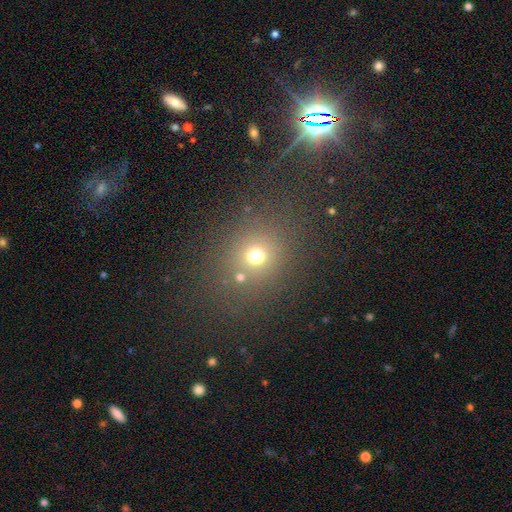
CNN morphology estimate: smooth_or_featured: smooth (p=0.67) [alt: star or artifact p=0.24]
how_rounded: round (p=0.77) [alt: in between p=0.21]
merging: none (p=0.77) [alt: minor disturbance p=0.10]